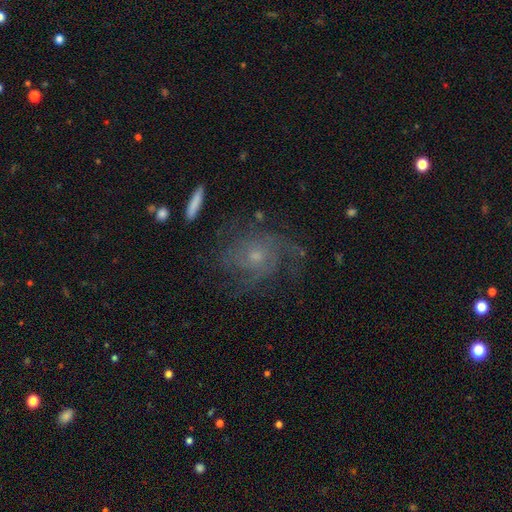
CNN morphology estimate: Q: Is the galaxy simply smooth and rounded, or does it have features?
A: featured or disk — 74%.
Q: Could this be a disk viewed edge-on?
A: no — 96%.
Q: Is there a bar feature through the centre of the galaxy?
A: no — 78%.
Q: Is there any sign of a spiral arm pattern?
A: yes — 90%.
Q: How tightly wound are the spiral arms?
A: tight — 43%.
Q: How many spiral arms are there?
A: can't tell — 36%.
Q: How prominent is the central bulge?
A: small — 60%.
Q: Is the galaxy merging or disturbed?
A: none — 61%.